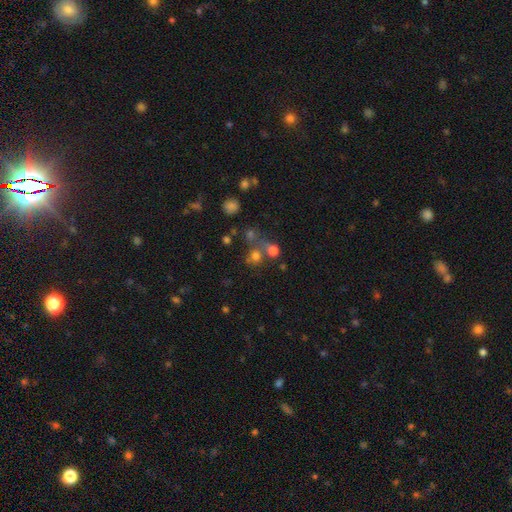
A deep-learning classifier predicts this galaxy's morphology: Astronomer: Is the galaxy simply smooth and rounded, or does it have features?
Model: smooth — 68%.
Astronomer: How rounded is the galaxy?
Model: round — 86%.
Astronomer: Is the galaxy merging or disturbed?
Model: none — 55% (runner-up: merger, 32%).